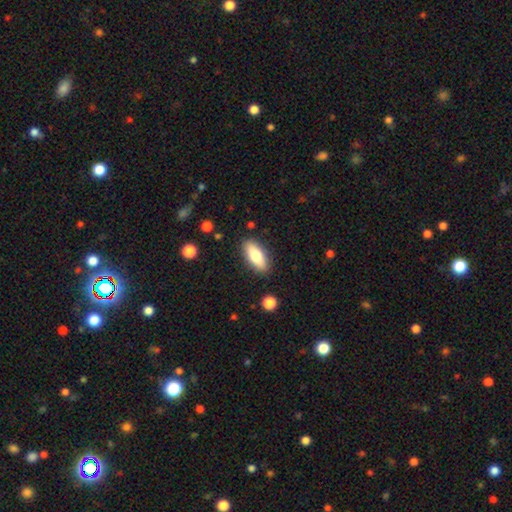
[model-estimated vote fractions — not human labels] smooth_or_featured: smooth (p=0.72) [alt: featured or disk p=0.21]
how_rounded: in between (p=0.76) [alt: cigar-shaped p=0.21]
merging: none (p=0.87) [alt: minor disturbance p=0.09]